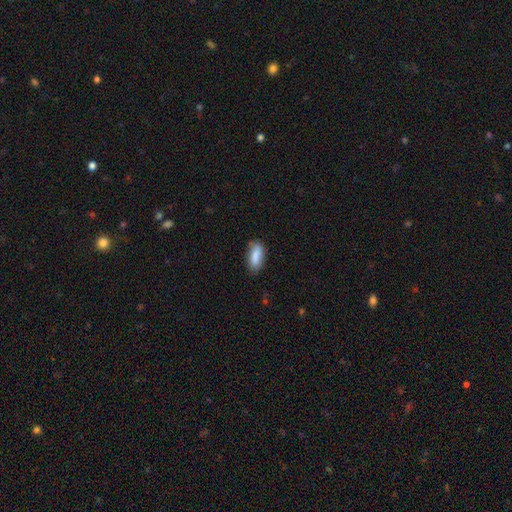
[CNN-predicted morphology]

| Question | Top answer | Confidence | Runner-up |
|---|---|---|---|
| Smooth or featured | smooth | 85% | featured or disk (8%) |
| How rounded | in between | 81% | cigar-shaped (16%) |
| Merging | none | 75% | minor disturbance (20%) |